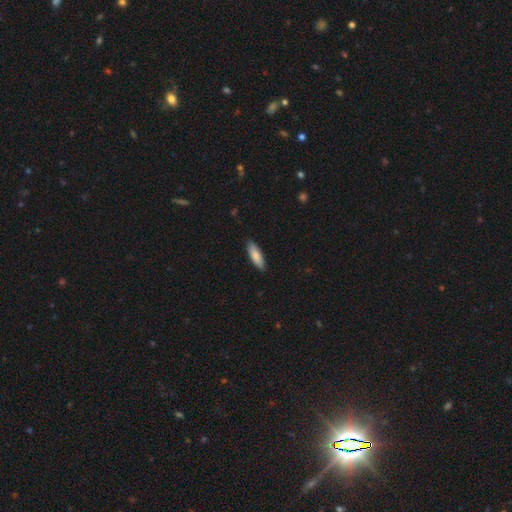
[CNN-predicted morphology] This appears to be a smooth galaxy with no disk features (85%) that is in between round and cigar-shaped (54%). Merging: none (87%).